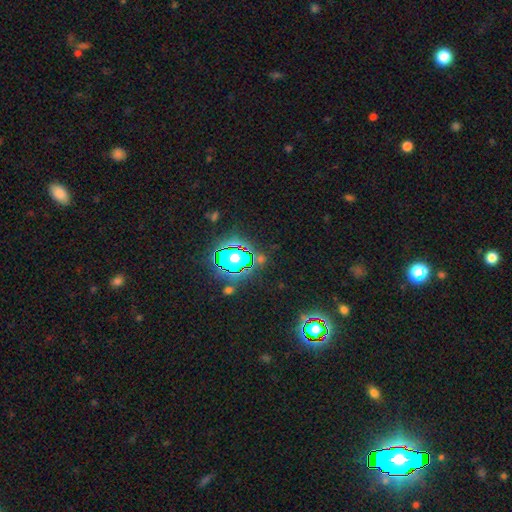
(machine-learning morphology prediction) This appears to be a star or artifact, not a galaxy (80%).